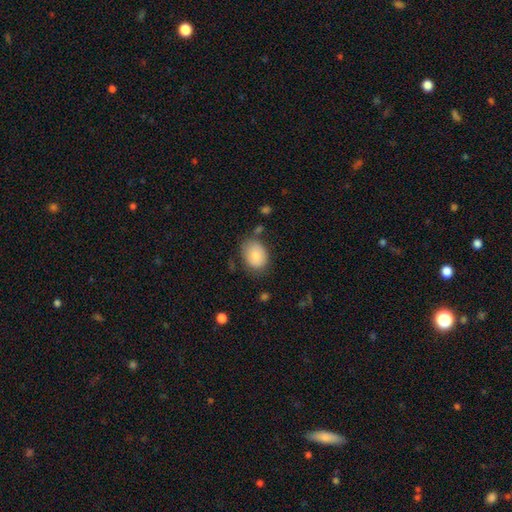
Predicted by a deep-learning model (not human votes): Overall: smooth (83%). How rounded: in between (68%; round 31%). Merging: none (69%).